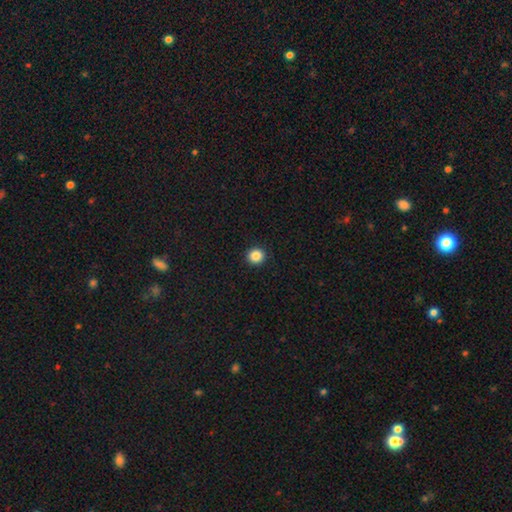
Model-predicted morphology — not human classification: This appears to be a smooth galaxy with no disk features (86%) that is round (93%). Merging: none (93%).